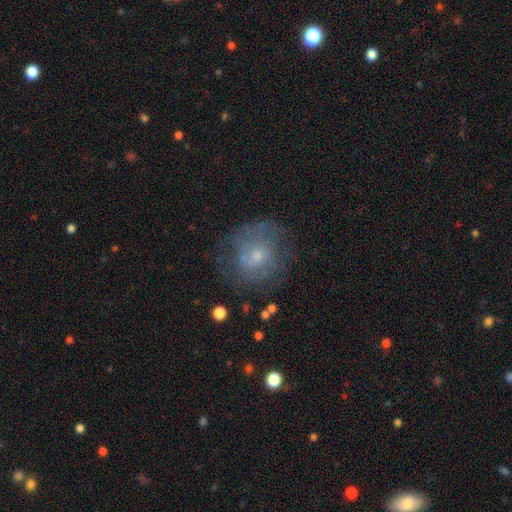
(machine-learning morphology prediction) Smooth or featured?
  - featured or disk: 52% *
  - smooth: 36%
  - star or artifact: 12%
Edge-on disk?
  - no: 97% *
  - yes: 3%
Bar?
  - no: 75% *
  - weak: 21%
  - strong: 3%
Spiral arms?
  - no: 52% *
  - yes: 48%
Bulge size?
  - small: 53% *
  - moderate: 36%
  - none: 7%
  - large: 2%
  - dominant: 1%
Merging?
  - none: 60% *
  - minor disturbance: 20%
  - major disturbance: 17%
  - merger: 3%